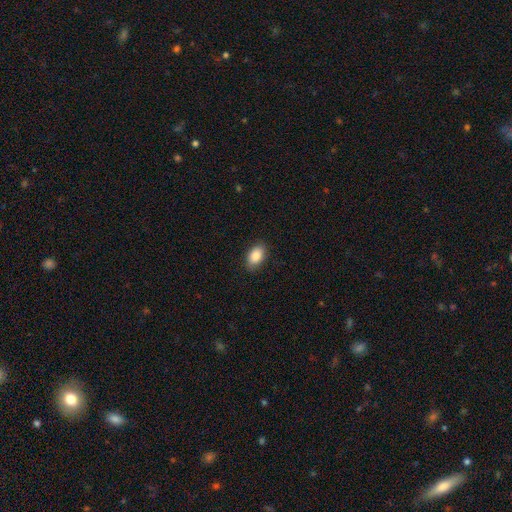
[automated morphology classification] The model was most divided on "merging": none: 87%, minor disturbance: 9%, major disturbance: 2%, merger: 1%. More confident: how rounded — in between (90%); smooth or featured — smooth (86%).